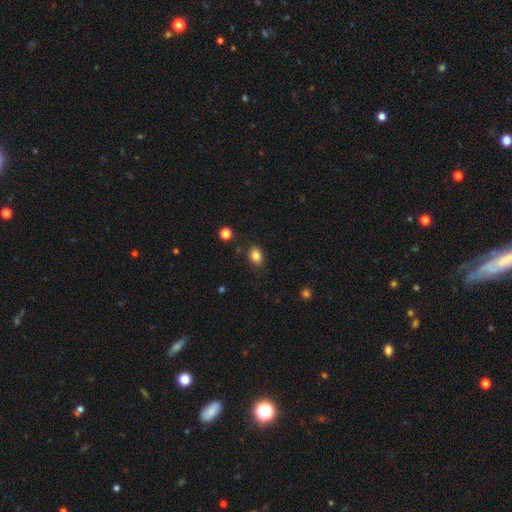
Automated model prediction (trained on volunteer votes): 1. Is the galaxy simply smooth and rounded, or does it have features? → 83% smooth, 10% star or artifact, 6% featured or disk.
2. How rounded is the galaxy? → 68% in between, 31% round, 1% cigar-shaped.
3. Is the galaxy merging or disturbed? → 83% none, 12% minor disturbance, 3% major disturbance, 2% merger.